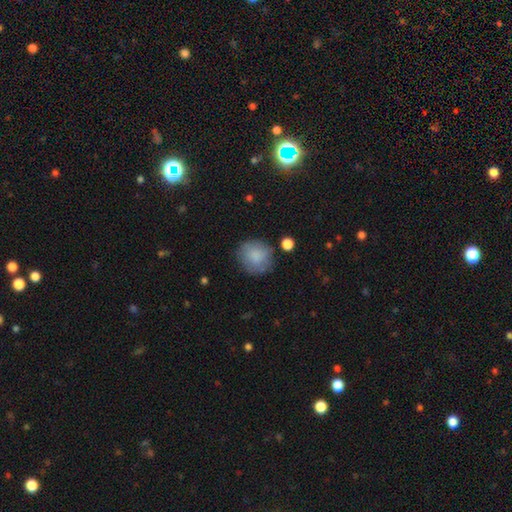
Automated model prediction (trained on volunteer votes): The model was most divided on "merging": none: 76%, minor disturbance: 16%, major disturbance: 5%, merger: 3%. More confident: how rounded — round (85%); smooth or featured — smooth (84%).